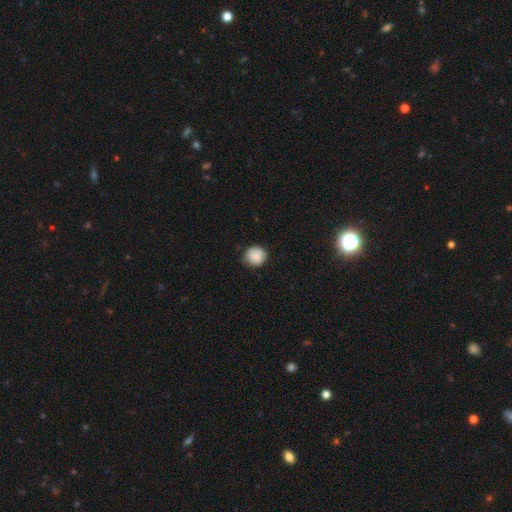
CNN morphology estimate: type=smooth (86%); roundness=round (89%); merging=none (82%).